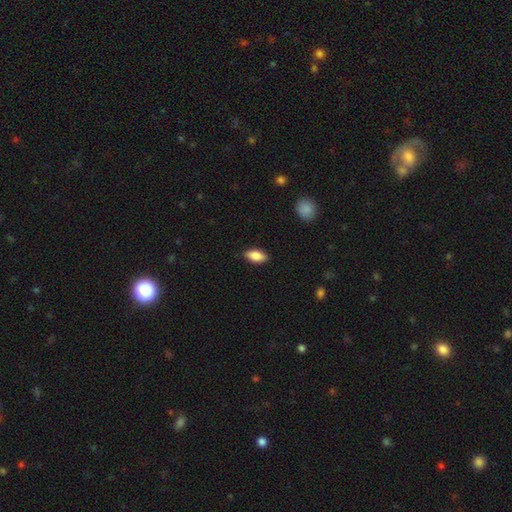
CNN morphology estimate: A smooth galaxy with no disk features (83%) that is in between round and cigar-shaped (88%).

Vote fractions:
- Smooth or featured? smooth: 83% / featured or disk: 10% / star or artifact: 7%
- How rounded? in between: 88% / cigar-shaped: 9% / round: 3%
- Merging? none: 87% / minor disturbance: 10% / major disturbance: 2% / merger: 1%